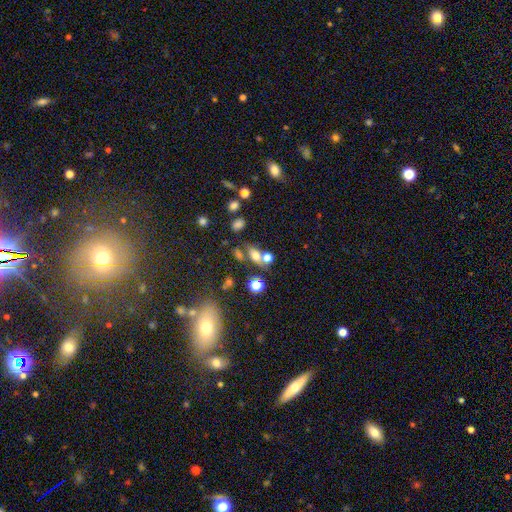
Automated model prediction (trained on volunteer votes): Smooth or featured? Predicted: smooth (p=0.58). How rounded? Predicted: in between (p=0.66). Merging? Predicted: none (p=0.52).